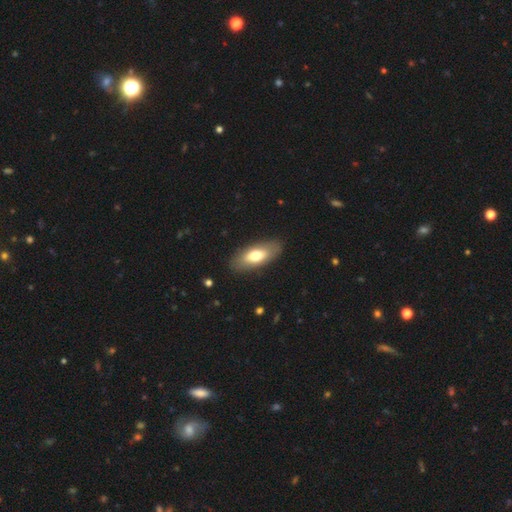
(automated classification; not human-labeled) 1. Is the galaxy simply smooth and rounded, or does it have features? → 69% smooth, 25% featured or disk, 6% star or artifact.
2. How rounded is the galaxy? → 80% in between, 17% cigar-shaped, 3% round.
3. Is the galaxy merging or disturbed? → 87% none, 9% minor disturbance, 2% major disturbance, 1% merger.